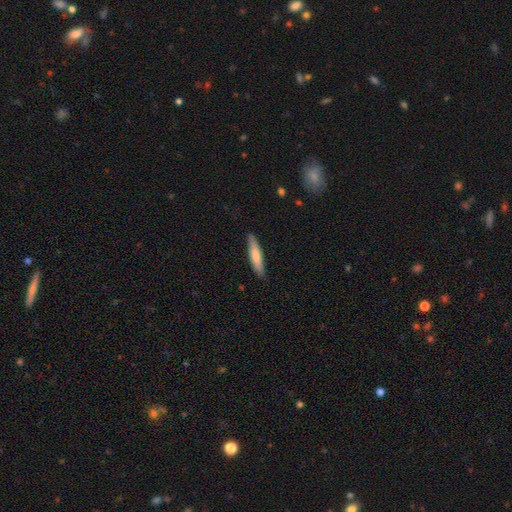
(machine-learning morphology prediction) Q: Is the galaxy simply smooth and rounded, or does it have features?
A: smooth — 72%.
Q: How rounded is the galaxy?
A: cigar-shaped — 85%.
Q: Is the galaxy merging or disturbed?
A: none — 86%.